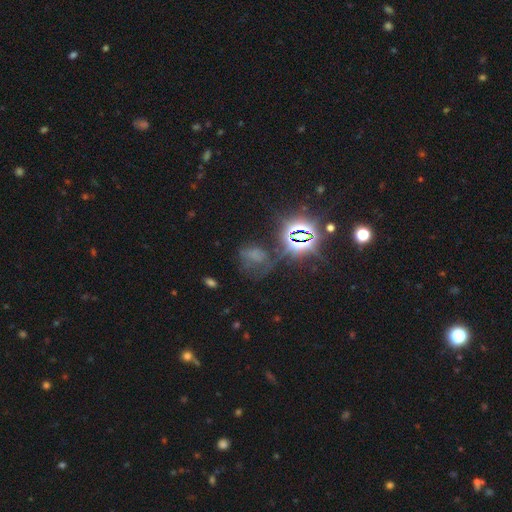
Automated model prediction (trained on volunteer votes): Overall: star or artifact (48%; smooth 32%).